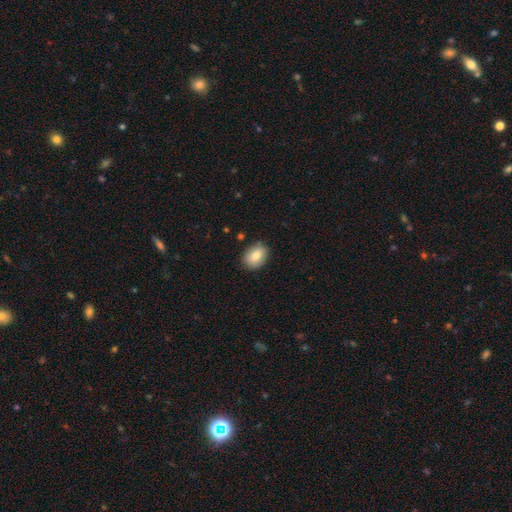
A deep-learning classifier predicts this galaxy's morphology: The model was most divided on "how rounded": in between: 67%, round: 32%, cigar-shaped: 1%. More confident: merging — none (86%); smooth or featured — smooth (81%).